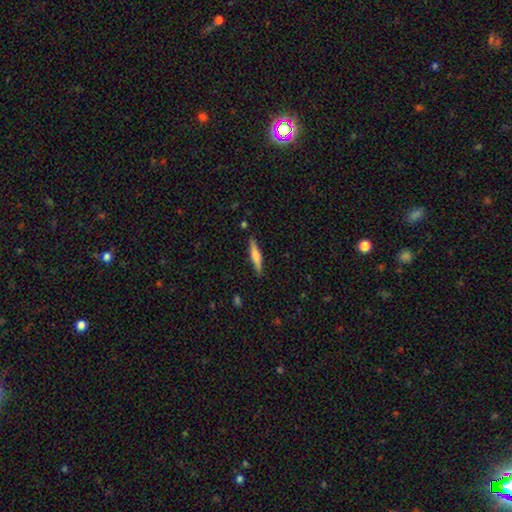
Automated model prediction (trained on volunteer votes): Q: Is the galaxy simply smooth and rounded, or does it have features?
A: smooth — 52%.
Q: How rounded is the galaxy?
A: cigar-shaped — 86%.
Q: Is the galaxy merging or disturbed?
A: none — 87%.